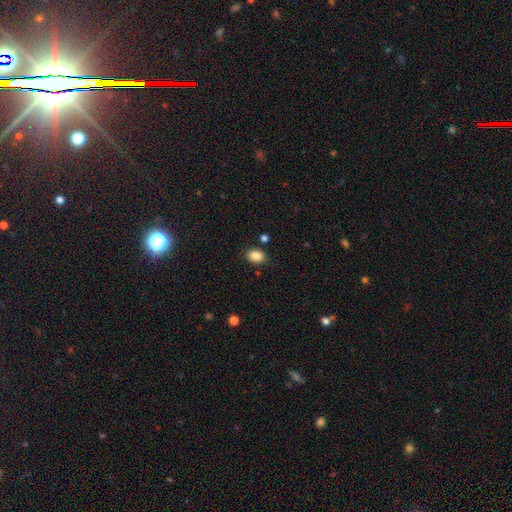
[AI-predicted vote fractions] Morphology: type=smooth (87%); roundness=in between (66%); merging=none (83%).